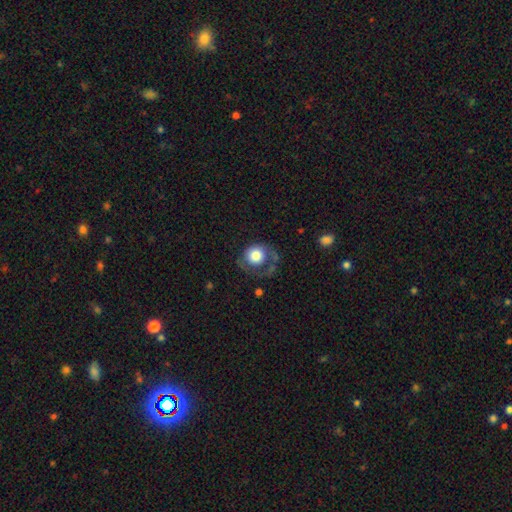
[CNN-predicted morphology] Smooth or featured?
  - smooth: 69% *
  - featured or disk: 23%
  - star or artifact: 8%
How rounded?
  - round: 82% *
  - in between: 17%
  - cigar-shaped: 1%
Merging?
  - none: 39% *
  - major disturbance: 34%
  - minor disturbance: 22%
  - merger: 4%